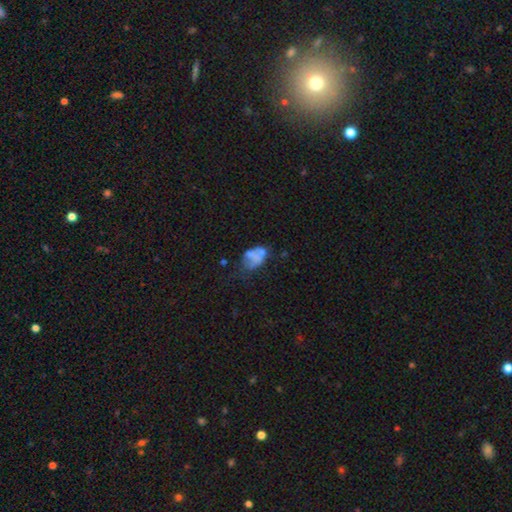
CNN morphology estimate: The model was most divided on "merging": major disturbance: 30%, none: 26%, minor disturbance: 23%, merger: 21%. Remaining: smooth or featured — smooth (46%).